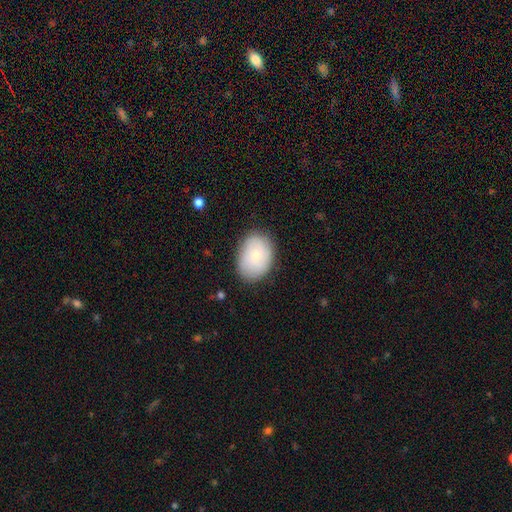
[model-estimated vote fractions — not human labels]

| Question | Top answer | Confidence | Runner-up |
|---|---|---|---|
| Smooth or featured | smooth | 72% | featured or disk (21%) |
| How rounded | in between | 75% | round (24%) |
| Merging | none | 81% | minor disturbance (15%) |